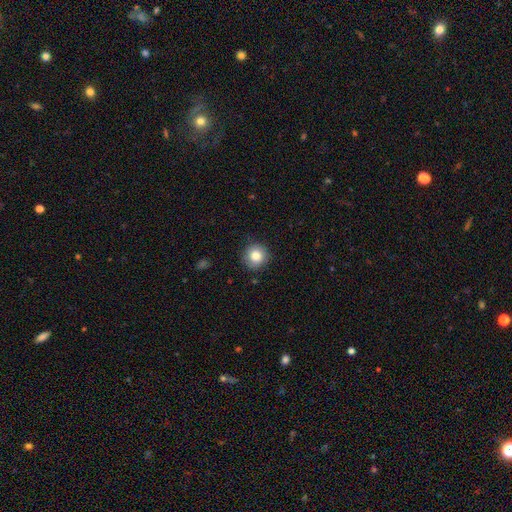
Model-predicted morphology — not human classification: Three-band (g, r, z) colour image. It shows a smooth galaxy with no disk features (83%) that is round (92%). Merging: none (86%).